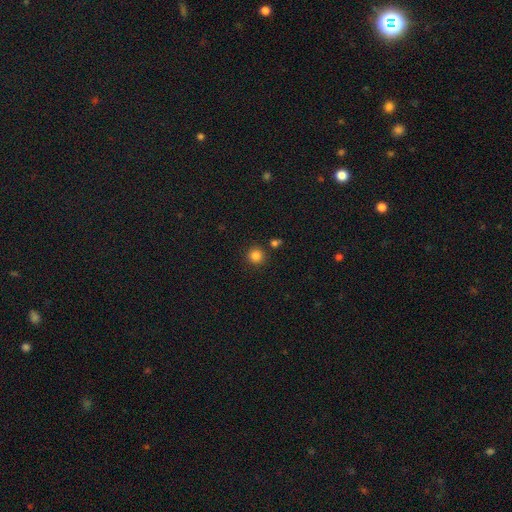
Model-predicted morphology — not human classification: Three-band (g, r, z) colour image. It shows a smooth galaxy with no disk features (84%) that is round (94%). Merging: none (87%).